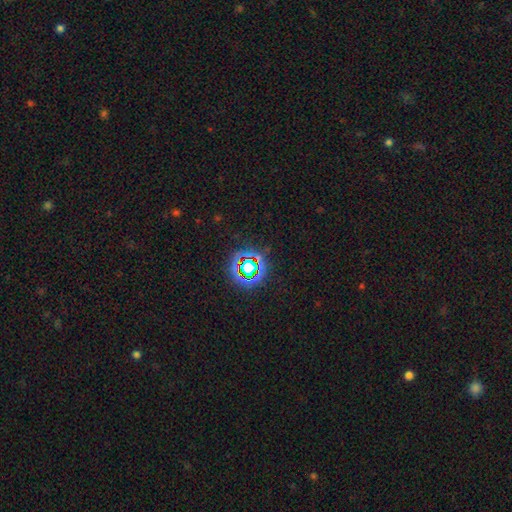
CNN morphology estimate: A star or artifact, not a galaxy (71%).

Vote fractions:
- Smooth or featured? star or artifact: 71% / smooth: 19% / featured or disk: 10%